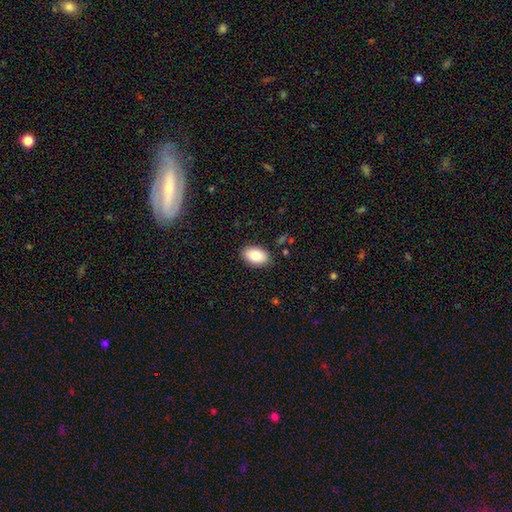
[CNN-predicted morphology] The model was most divided on "smooth or featured": smooth: 82%, featured or disk: 11%, star or artifact: 7%. More confident: how rounded — in between (91%); merging — none (88%).